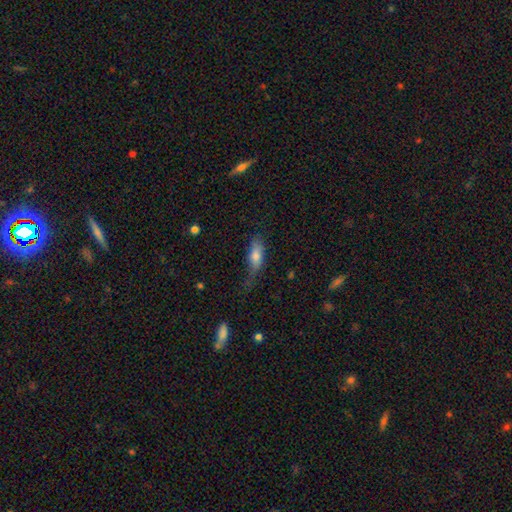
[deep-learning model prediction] Q: Smooth or featured?
A: smooth (72%); runner-up: featured or disk (20%)
Q: How rounded?
A: in between (67%); runner-up: cigar-shaped (30%)
Q: Merging?
A: none (39%); runner-up: minor disturbance (35%)